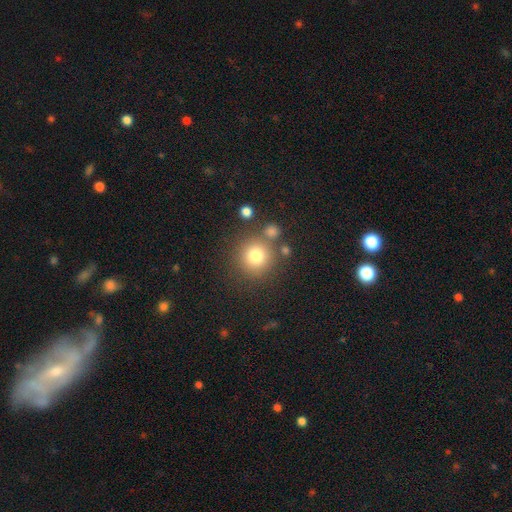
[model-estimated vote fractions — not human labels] This appears to be a smooth galaxy with no disk features (78%) that is round (93%). Merging: none (76%).